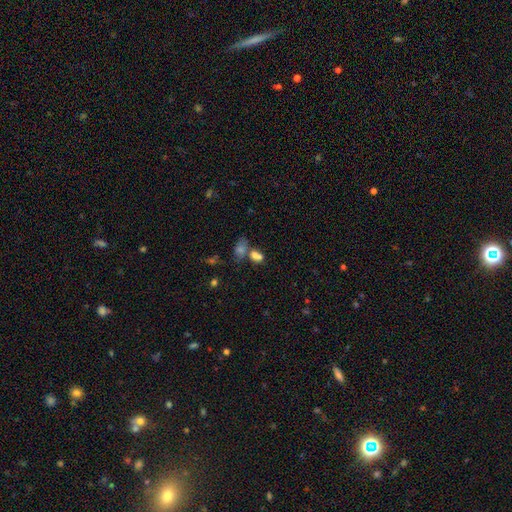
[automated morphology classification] smooth-or-featured: smooth: 74% | star or artifact: 14% | featured or disk: 12%
  how-rounded: in between: 77% | round: 20% | cigar-shaped: 3%
  merging: merger: 49% | none: 34% | minor disturbance: 11% | major disturbance: 6%